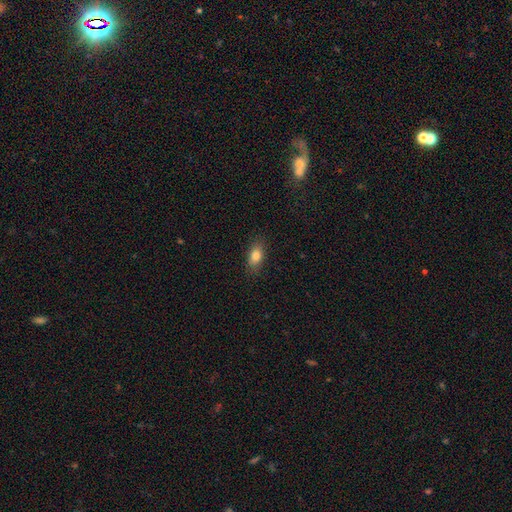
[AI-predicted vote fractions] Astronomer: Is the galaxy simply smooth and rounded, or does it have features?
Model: smooth — 82%.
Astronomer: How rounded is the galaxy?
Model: in between — 84%.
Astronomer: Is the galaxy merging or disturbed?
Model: none — 84%.